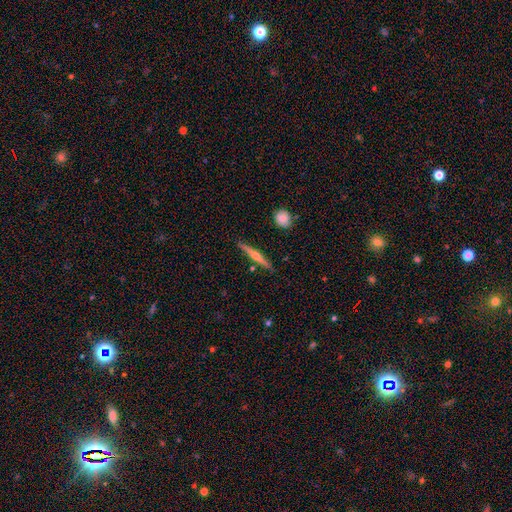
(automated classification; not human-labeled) Smooth or featured? featured or disk (68%)
Edge-on disk? yes (98%)
Edge-on bulge? rounded (88%)
Merging? none (89%)